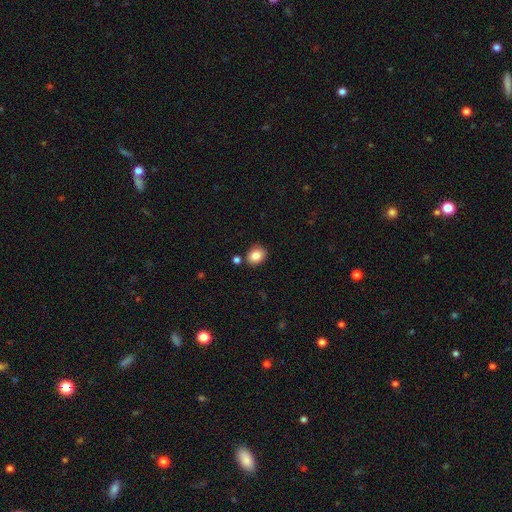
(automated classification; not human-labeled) This is clearly a smooth galaxy (85%). How rounded: possibly round (54%). Merging: clearly none (81%).